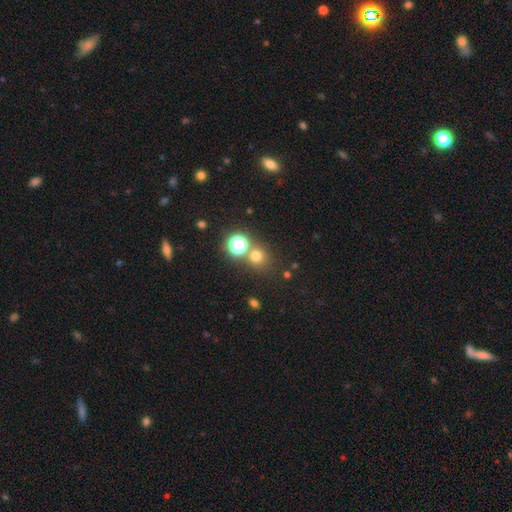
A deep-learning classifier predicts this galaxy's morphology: A smooth galaxy with no disk features (67%) that is round (88%). Merging: none (72%).